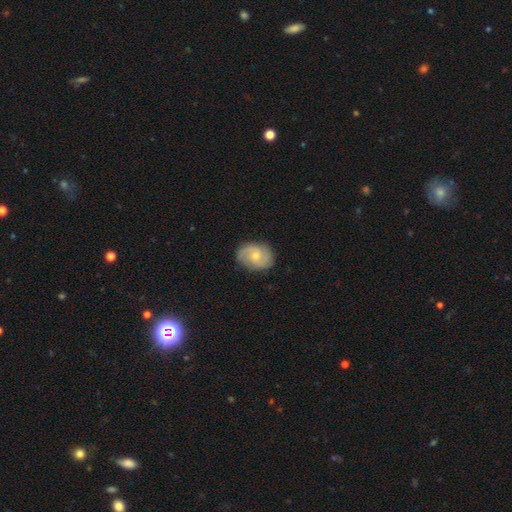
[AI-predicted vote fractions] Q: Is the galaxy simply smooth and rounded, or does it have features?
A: featured or disk — 64%.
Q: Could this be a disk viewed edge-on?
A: no — 97%.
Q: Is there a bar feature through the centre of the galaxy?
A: no — 60%.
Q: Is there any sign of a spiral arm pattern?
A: yes — 92%.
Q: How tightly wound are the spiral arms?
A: medium — 47%.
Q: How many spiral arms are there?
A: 2 — 78%.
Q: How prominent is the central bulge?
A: small — 53%.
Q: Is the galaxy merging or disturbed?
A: none — 81%.